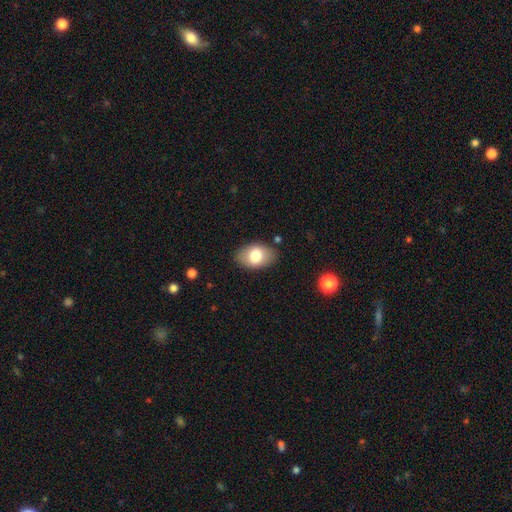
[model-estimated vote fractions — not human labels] A smooth galaxy with no disk features (76%) that is in between round and cigar-shaped (88%). Merging: none (85%).